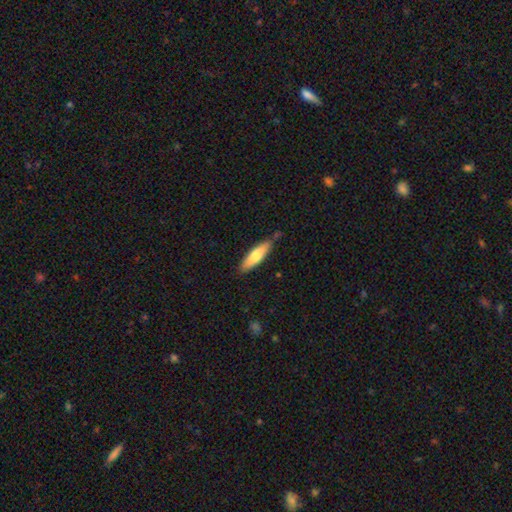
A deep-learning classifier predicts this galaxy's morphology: Q: Smooth or featured?
A: smooth (71%); runner-up: featured or disk (23%)
Q: How rounded?
A: cigar-shaped (68%); runner-up: in between (31%)
Q: Merging?
A: none (80%); runner-up: minor disturbance (15%)